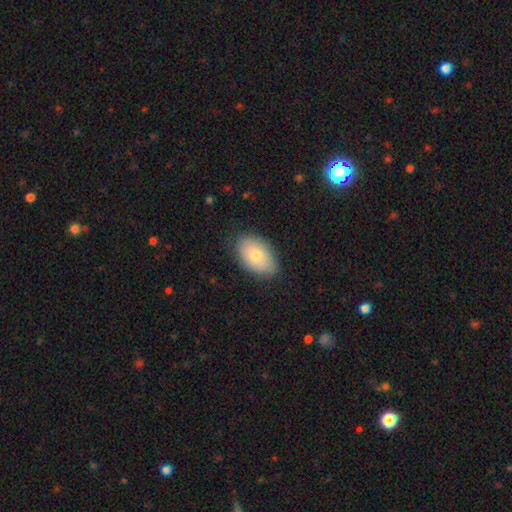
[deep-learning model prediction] A smooth galaxy with no disk features (78%) that is in between round and cigar-shaped (93%).

Vote fractions:
- Smooth or featured? smooth: 78% / featured or disk: 15% / star or artifact: 6%
- How rounded? in between: 93% / round: 6% / cigar-shaped: 1%
- Merging? none: 82% / minor disturbance: 14% / major disturbance: 3% / merger: 1%